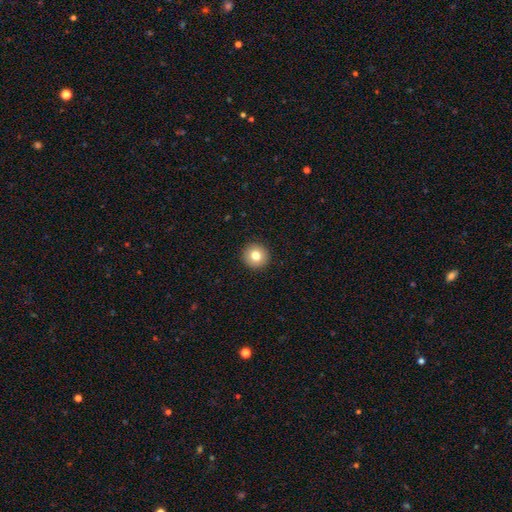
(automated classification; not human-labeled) Morphology: type=smooth (79%); roundness=round (95%); merging=none (93%).